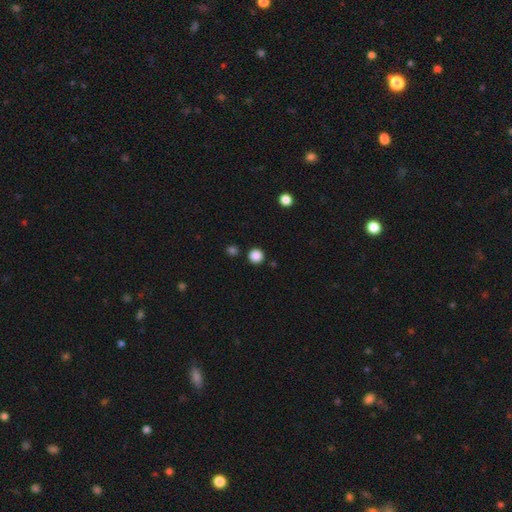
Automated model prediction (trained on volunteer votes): Smooth or featured? smooth (86%)
How rounded? round (95%)
Merging? none (90%)